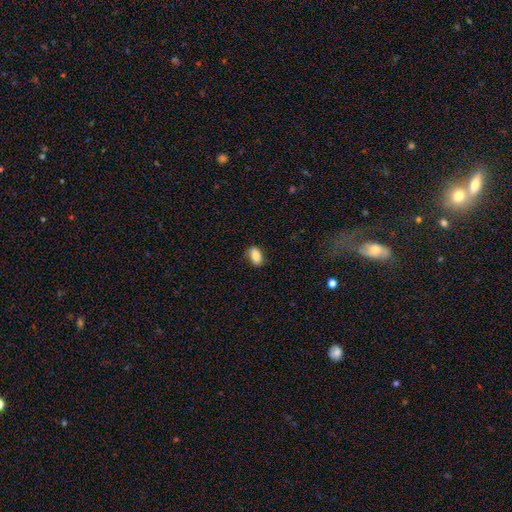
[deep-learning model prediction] smooth-or-featured: smooth: 85% | star or artifact: 8% | featured or disk: 7%
  how-rounded: in between: 91% | round: 7% | cigar-shaped: 3%
  merging: none: 80% | minor disturbance: 15% | major disturbance: 3% | merger: 1%